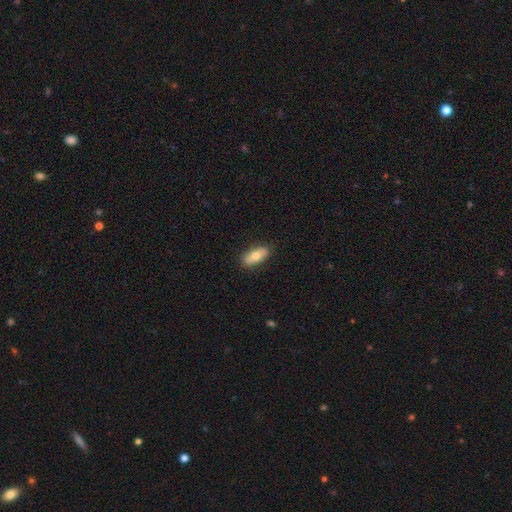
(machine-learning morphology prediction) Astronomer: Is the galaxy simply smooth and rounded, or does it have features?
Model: smooth — 72%.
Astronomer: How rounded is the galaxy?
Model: in between — 85%.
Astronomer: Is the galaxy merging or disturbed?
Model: none — 87%.